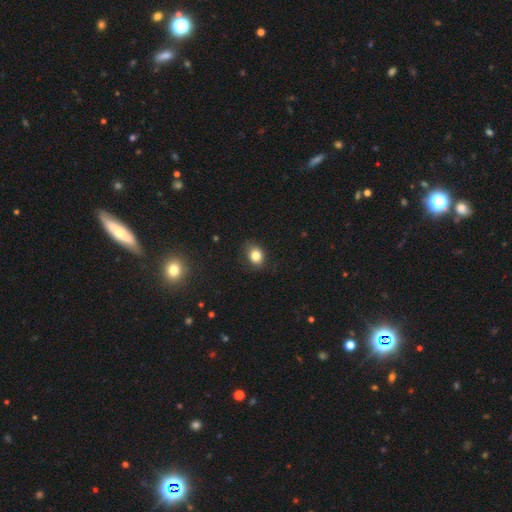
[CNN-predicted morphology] The model was most divided on "how rounded": in between: 52%, round: 47%, cigar-shaped: 1%. More confident: smooth or featured — smooth (81%); merging — none (79%).